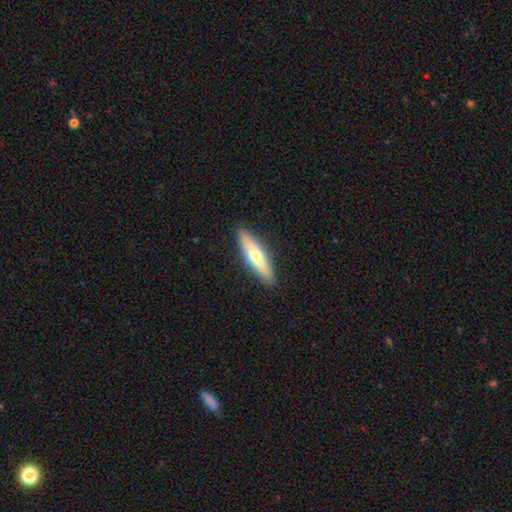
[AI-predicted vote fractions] A smooth galaxy with no disk features (52%) that is cigar-shaped (78%).

Vote fractions:
- Smooth or featured? smooth: 52% / featured or disk: 42% / star or artifact: 6%
- How rounded? cigar-shaped: 78% / in between: 20% / round: 2%
- Merging? none: 91% / minor disturbance: 7% / major disturbance: 2% / merger: 1%